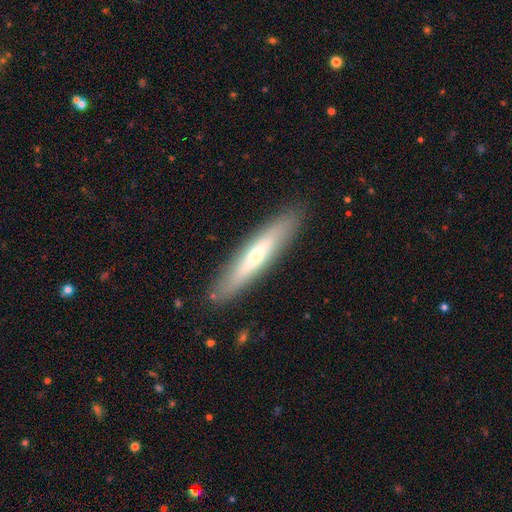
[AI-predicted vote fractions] Overall: smooth (53%; featured or disk 41%). How rounded: cigar-shaped (88%). Merging: none (87%).